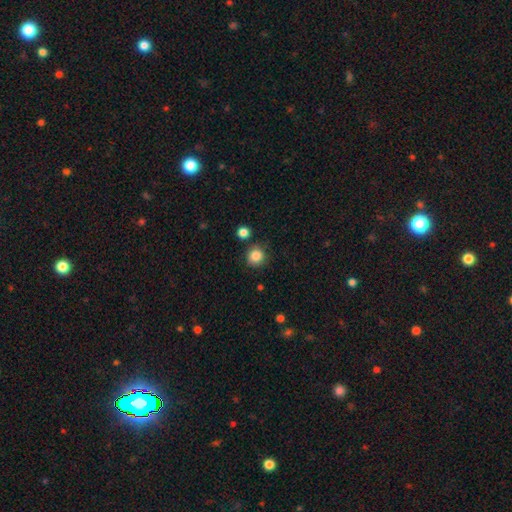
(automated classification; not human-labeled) Morphology: type=smooth (85%); roundness=round (91%); merging=none (83%).